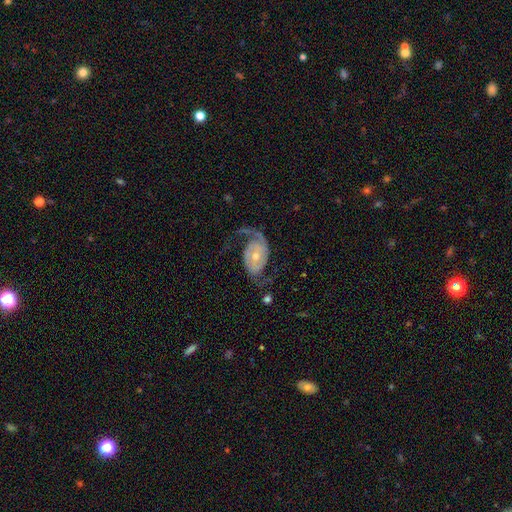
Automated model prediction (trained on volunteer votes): smooth_or_featured: featured or disk (p=0.88) [alt: smooth p=0.07]
disk_edge_on: no (p=0.97) [alt: yes p=0.03]
bar: no (p=0.62) [alt: weak p=0.27]
has_spiral_arms: yes (p=0.96) [alt: no p=0.04]
spiral_winding: loose (p=0.47) [alt: medium p=0.37]
spiral_arm_count: 2 (p=0.86) [alt: 1 p=0.07]
bulge_size: moderate (p=0.56) [alt: small p=0.39]
merging: none (p=0.62) [alt: major disturbance p=0.20]